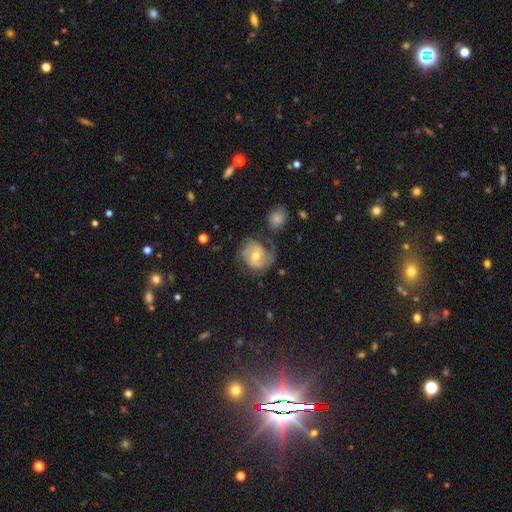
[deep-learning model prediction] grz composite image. It shows a featured or disk galaxy (62%) with no bar (53%), spiral arms (80%) and a moderate central bulge (67%). Merging: none (48%).